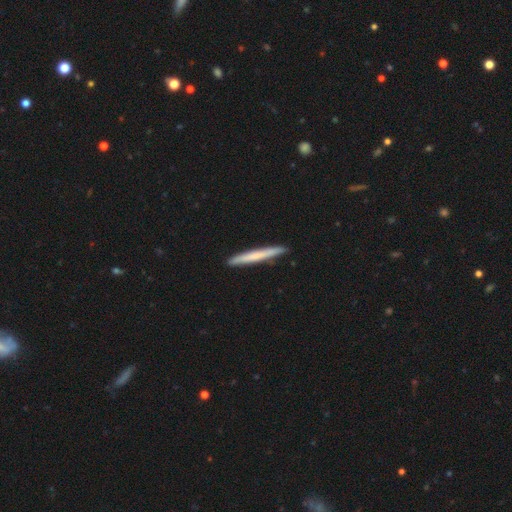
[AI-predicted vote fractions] A smooth galaxy with no disk features (63%) that is cigar-shaped (97%). Merging: none (92%).